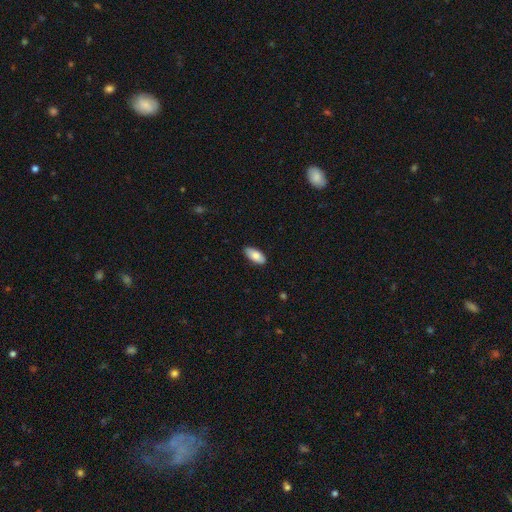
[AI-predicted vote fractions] Morphology: type=smooth (84%); roundness=in between (90%); merging=none (87%).